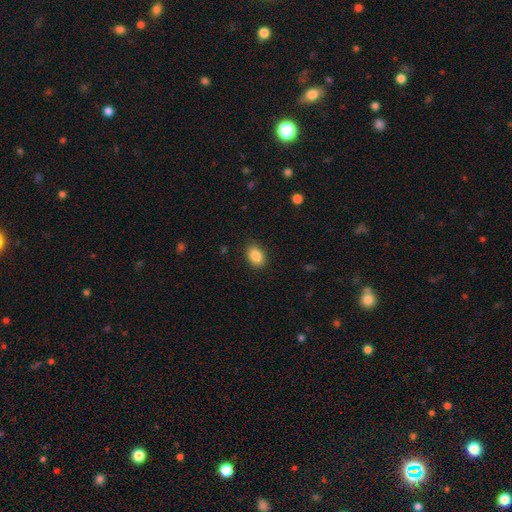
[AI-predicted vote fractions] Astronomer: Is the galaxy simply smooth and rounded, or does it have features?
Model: smooth — 87%.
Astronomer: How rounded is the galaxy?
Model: in between — 81%.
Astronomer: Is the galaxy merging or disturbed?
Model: none — 88%.